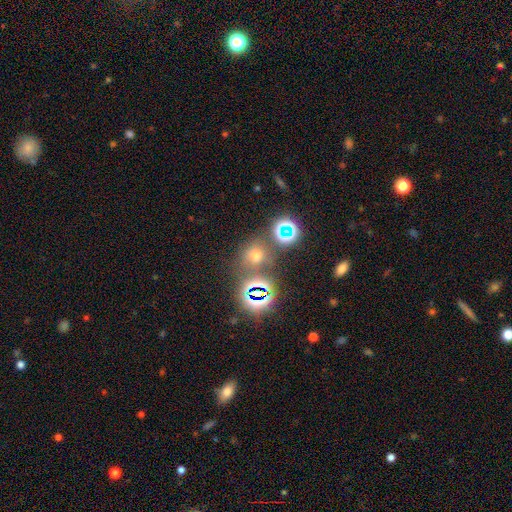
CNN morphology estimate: A smooth galaxy with no disk features (53%) that is round (77%). Merging: none (66%).